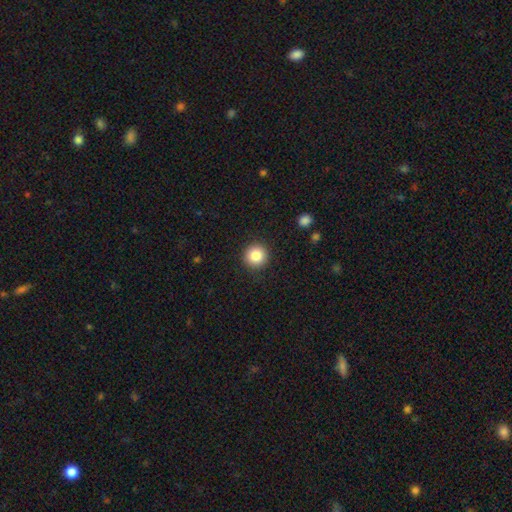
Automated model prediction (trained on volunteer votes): Smooth or featured?
  - smooth: 85% *
  - star or artifact: 10%
  - featured or disk: 6%
How rounded?
  - round: 95% *
  - in between: 4%
  - cigar-shaped: 1%
Merging?
  - none: 91% *
  - minor disturbance: 6%
  - major disturbance: 2%
  - merger: 1%